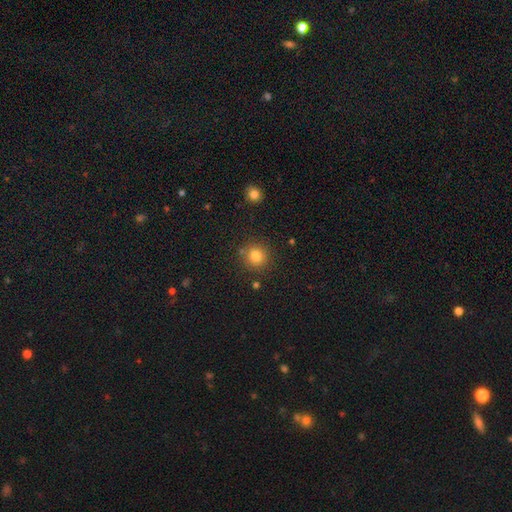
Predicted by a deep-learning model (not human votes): Q: Smooth or featured?
A: smooth (82%); runner-up: star or artifact (12%)
Q: How rounded?
A: round (88%); runner-up: in between (11%)
Q: Merging?
A: none (82%); runner-up: minor disturbance (9%)